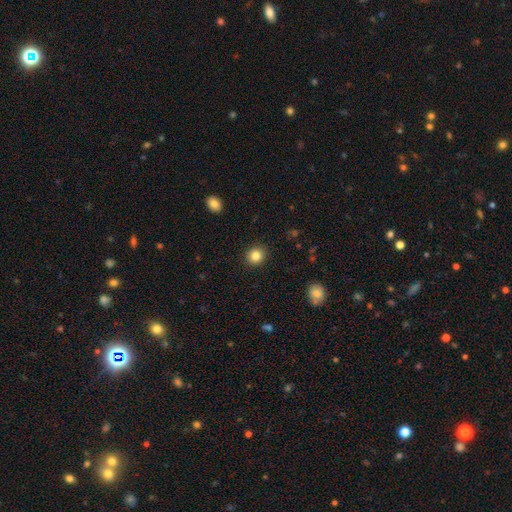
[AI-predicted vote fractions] smooth 85%, star or artifact 10%, featured or disk 5%. Down the decision tree: how rounded — round (85%); merging — none (91%).